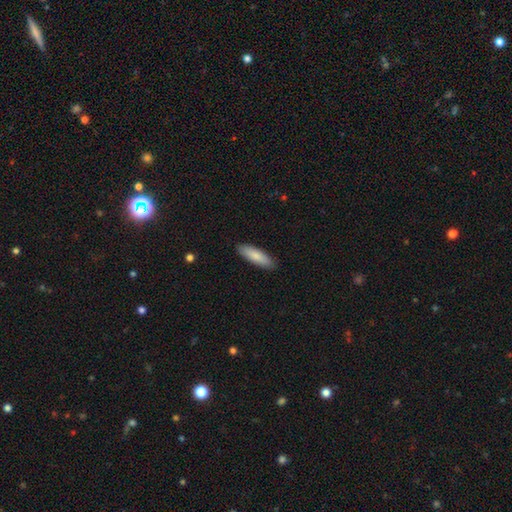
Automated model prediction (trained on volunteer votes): Smooth or featured? smooth (83%)
How rounded? cigar-shaped (55%)
Merging? none (89%)